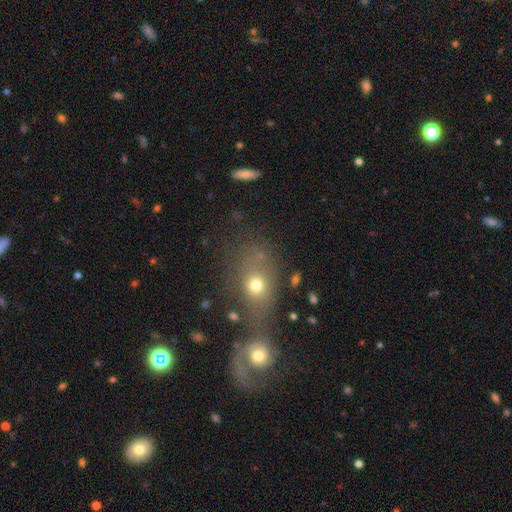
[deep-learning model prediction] Smooth or featured: smooth — 54% (featured or disk — 28%)
How rounded: in between — 55% (round — 42%)
Merging: merger — 50% (none — 30%)